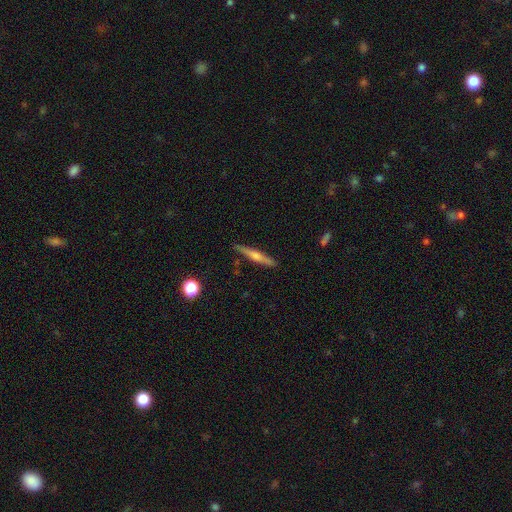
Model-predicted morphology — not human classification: Smooth or featured? Predicted: featured or disk (p=0.64). Edge-on disk? Predicted: yes (p=0.97). Edge-on bulge? Predicted: rounded (p=0.80). Merging? Predicted: none (p=0.88).